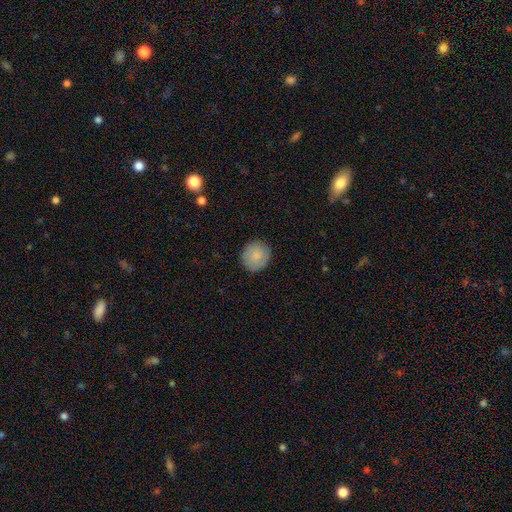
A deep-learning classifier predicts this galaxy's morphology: A smooth galaxy with no disk features (86%) that is round (90%).

Vote fractions:
- Smooth or featured? smooth: 86% / featured or disk: 7% / star or artifact: 6%
- How rounded? round: 90% / in between: 9% / cigar-shaped: 1%
- Merging? none: 90% / minor disturbance: 8% / major disturbance: 2% / merger: 1%